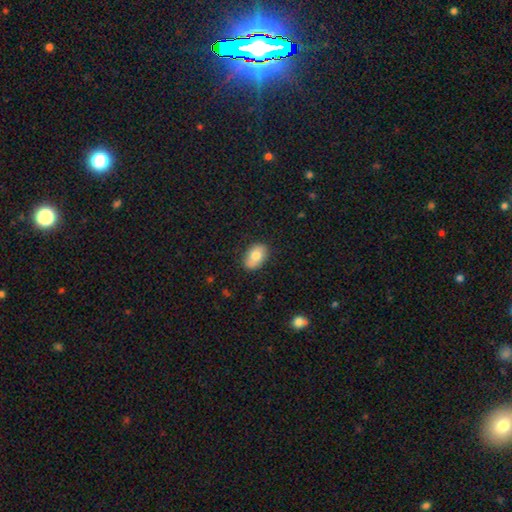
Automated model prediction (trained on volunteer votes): Smooth or featured? smooth (78%)
How rounded? in between (87%)
Merging? none (83%)